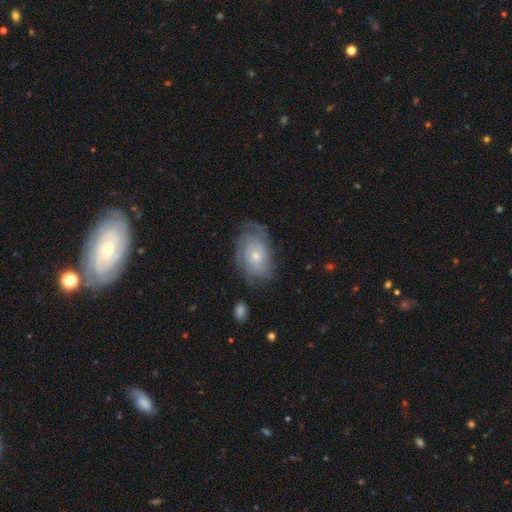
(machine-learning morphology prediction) A featured or disk galaxy (65%) with no bar (80%), tight (59%) spiral arms (83%) and a small central bulge (53%). Merging: none (64%).